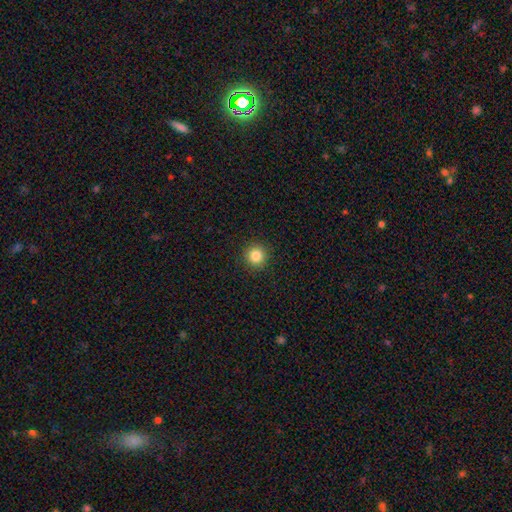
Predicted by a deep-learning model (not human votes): A smooth galaxy with no disk features (84%) that is round (95%).

Vote fractions:
- Smooth or featured? smooth: 84% / star or artifact: 11% / featured or disk: 5%
- How rounded? round: 95% / in between: 4% / cigar-shaped: 1%
- Merging? none: 92% / minor disturbance: 5% / major disturbance: 2% / merger: 1%